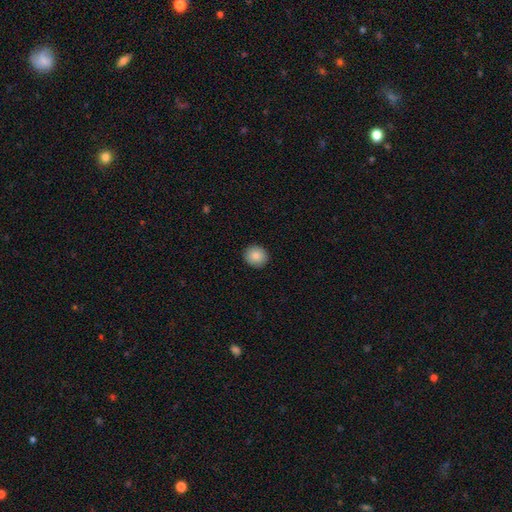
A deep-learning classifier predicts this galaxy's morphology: This appears to be a smooth galaxy with no disk features (87%) that is round (84%). Merging: none (91%).